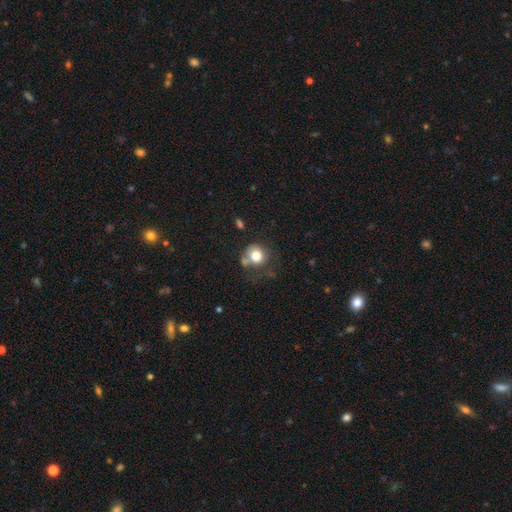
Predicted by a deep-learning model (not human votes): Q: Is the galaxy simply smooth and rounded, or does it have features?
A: smooth — 77%.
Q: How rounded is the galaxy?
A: round — 81%.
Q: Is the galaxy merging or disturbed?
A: none — 52%.